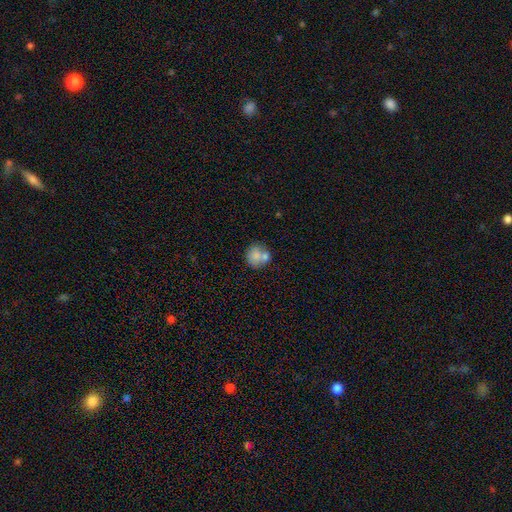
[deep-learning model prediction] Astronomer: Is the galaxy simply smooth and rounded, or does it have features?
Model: smooth — 76%.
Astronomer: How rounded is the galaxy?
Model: round — 79%.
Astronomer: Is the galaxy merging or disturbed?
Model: none — 47% (runner-up: merger, 35%).